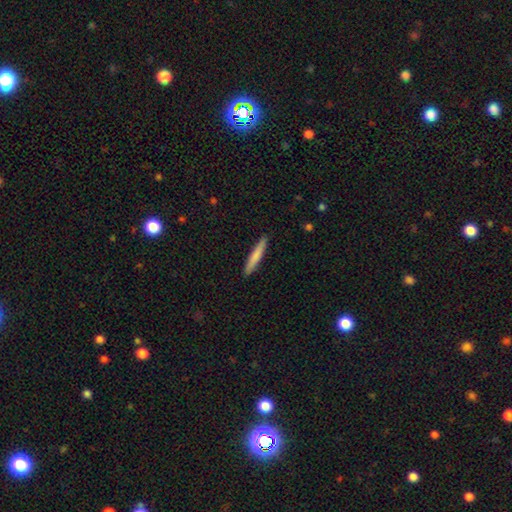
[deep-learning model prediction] Smooth or featured: smooth — 77% (featured or disk — 18%)
How rounded: cigar-shaped — 94% (in between — 4%)
Merging: none — 91% (minor disturbance — 7%)